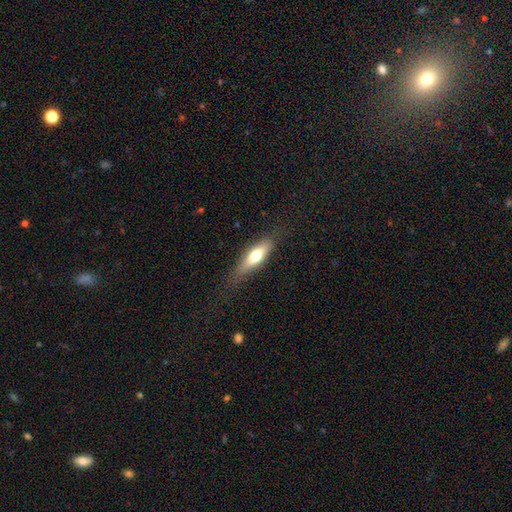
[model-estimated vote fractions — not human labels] A smooth galaxy with no disk features (60%) that is cigar-shaped (55%). Merging: none (73%).